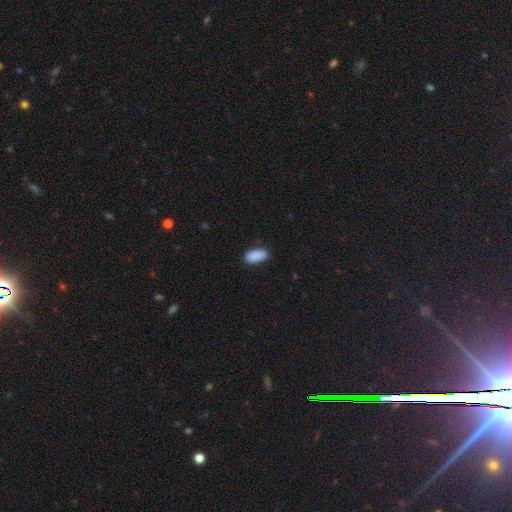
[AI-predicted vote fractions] Morphology: type=smooth (90%); roundness=in between (91%); merging=none (83%).